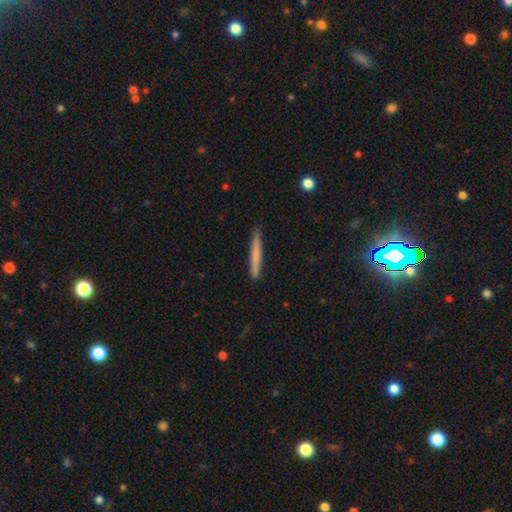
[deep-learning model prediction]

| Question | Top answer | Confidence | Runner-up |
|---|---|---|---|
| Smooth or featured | smooth | 70% | featured or disk (24%) |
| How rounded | cigar-shaped | 97% | in between (2%) |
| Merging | none | 90% | minor disturbance (8%) |